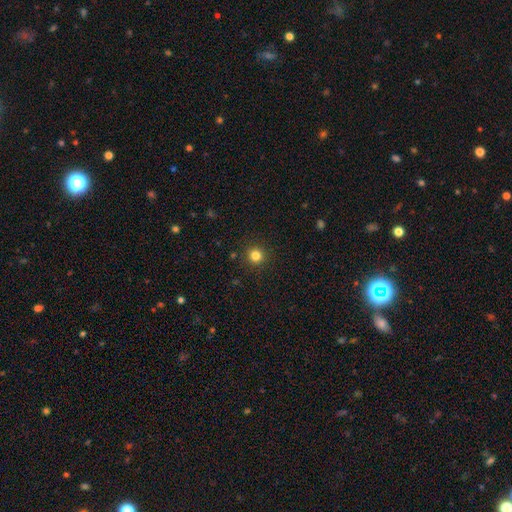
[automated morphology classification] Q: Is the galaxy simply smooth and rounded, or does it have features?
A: smooth — 82%.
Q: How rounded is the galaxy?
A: round — 94%.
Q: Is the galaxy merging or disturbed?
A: none — 91%.